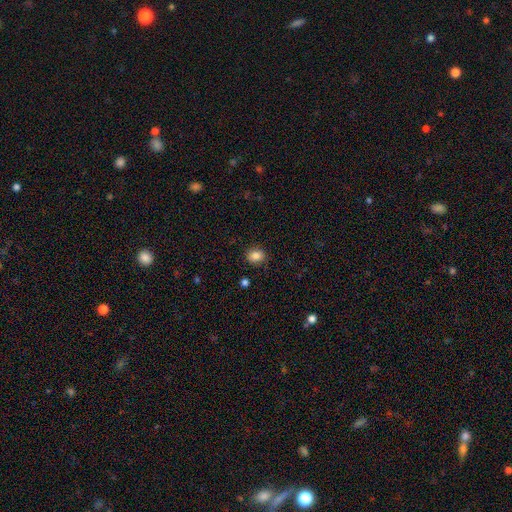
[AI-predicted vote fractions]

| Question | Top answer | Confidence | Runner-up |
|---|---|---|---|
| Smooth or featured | smooth | 85% | star or artifact (10%) |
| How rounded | round | 65% | in between (34%) |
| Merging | none | 88% | minor disturbance (8%) |